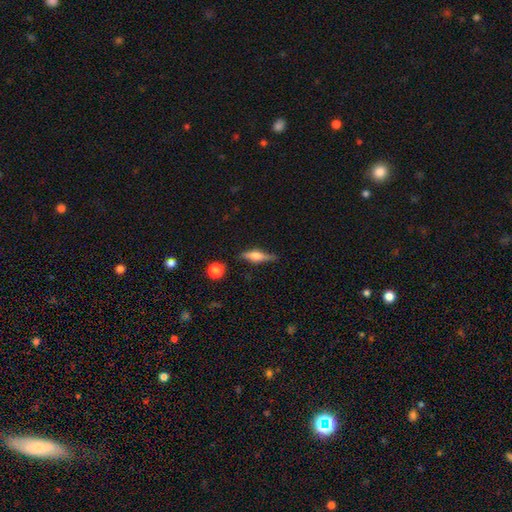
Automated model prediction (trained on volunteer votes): Q: Smooth or featured?
A: featured or disk (47%); runner-up: smooth (45%)
Q: Merging?
A: none (74%); runner-up: minor disturbance (18%)